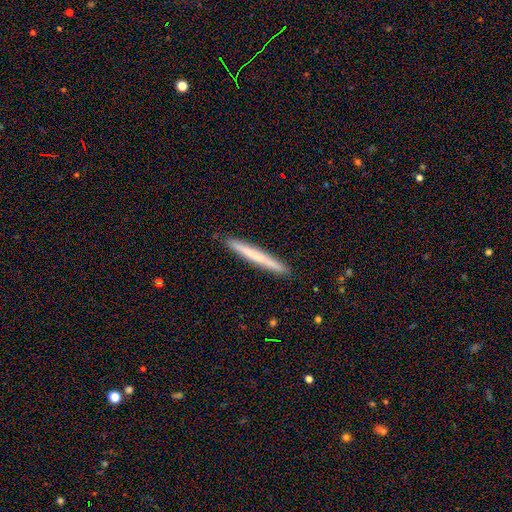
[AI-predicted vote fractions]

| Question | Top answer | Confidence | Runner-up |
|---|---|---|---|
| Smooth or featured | smooth | 60% | featured or disk (34%) |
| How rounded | cigar-shaped | 97% | in between (2%) |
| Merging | none | 92% | minor disturbance (6%) |